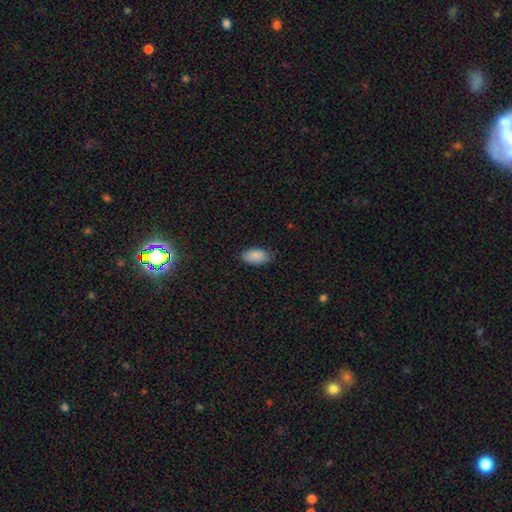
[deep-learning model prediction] smooth-or-featured: smooth: 86% | star or artifact: 7% | featured or disk: 7%
  how-rounded: in between: 94% | round: 4% | cigar-shaped: 2%
  merging: none: 80% | minor disturbance: 17% | major disturbance: 3% | merger: 1%